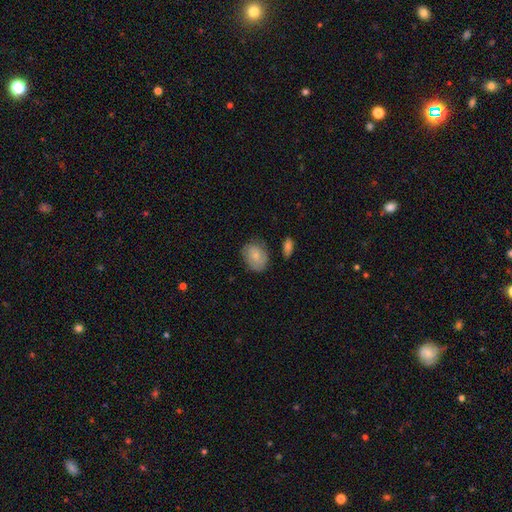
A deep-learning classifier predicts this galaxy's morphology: smooth_or_featured: smooth (p=0.67) [alt: featured or disk p=0.26]
how_rounded: in between (p=0.62) [alt: round p=0.37]
merging: none (p=0.67) [alt: minor disturbance p=0.24]